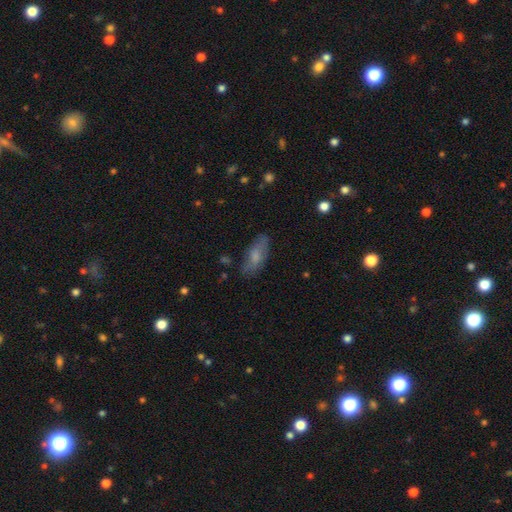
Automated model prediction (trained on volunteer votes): Morphology: type=smooth (67%); roundness=in between (76%); merging=none (70%).